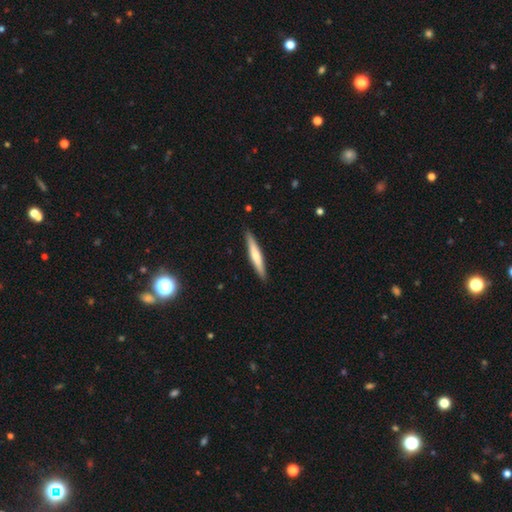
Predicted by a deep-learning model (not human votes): smooth-or-featured: smooth: 57% | featured or disk: 39% | star or artifact: 5%
  how-rounded: cigar-shaped: 93% | in between: 6% | round: 1%
  merging: none: 91% | minor disturbance: 7% | major disturbance: 1% | merger: 1%